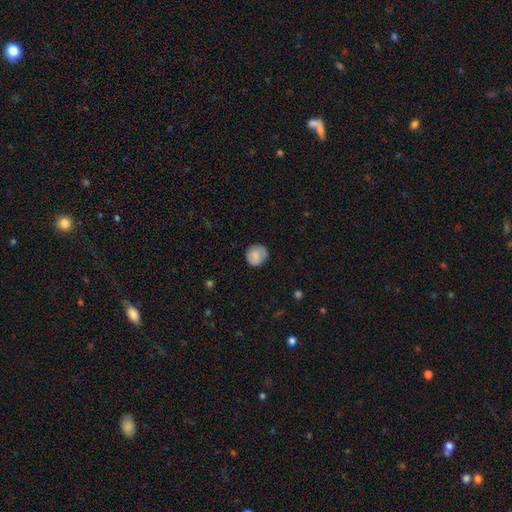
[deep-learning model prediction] smooth 80%, featured or disk 13%, star or artifact 7%. Down the decision tree: how rounded — round (84%); merging — none (81%).